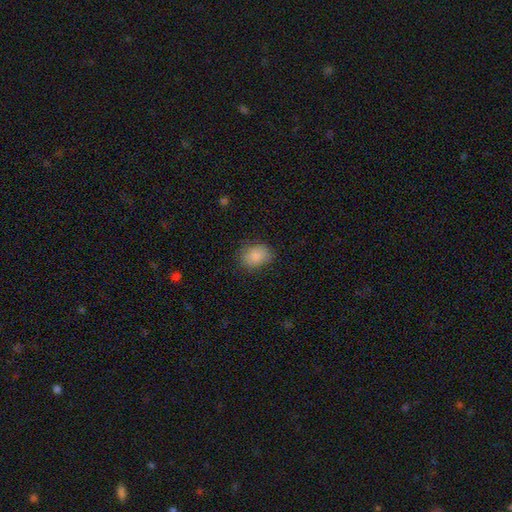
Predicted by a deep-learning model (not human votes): This is clearly a smooth galaxy (87%). How rounded: possibly in between (59%). Merging: likely none (79%).